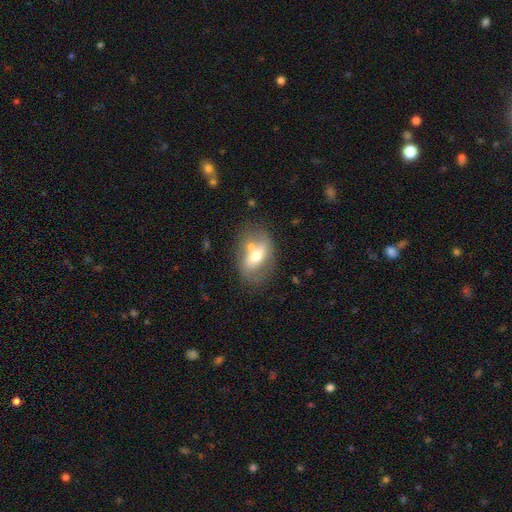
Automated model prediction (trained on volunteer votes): Overall: featured or disk (50%; smooth 42%). Merging: none (55%; minor disturbance 18%).